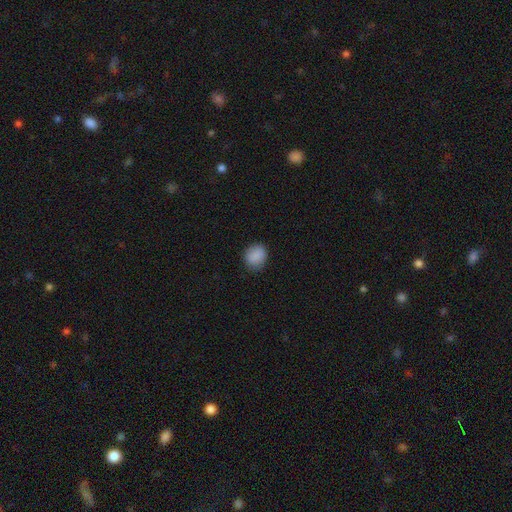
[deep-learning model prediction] Overall: smooth (88%). How rounded: round (69%; in between 30%). Merging: none (82%).